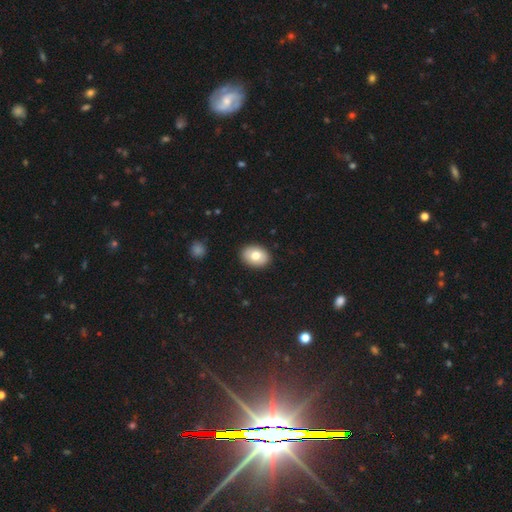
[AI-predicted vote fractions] Smooth or featured: smooth — 75% (featured or disk — 17%)
How rounded: in between — 69% (round — 30%)
Merging: none — 90% (minor disturbance — 8%)